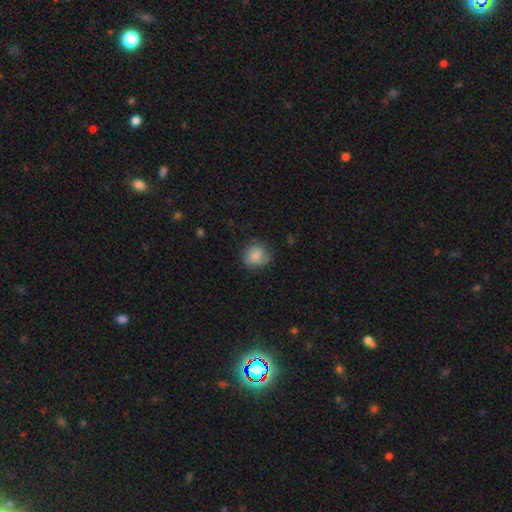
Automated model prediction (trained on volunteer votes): Overall: smooth (78%). How rounded: round (82%). Merging: none (69%).